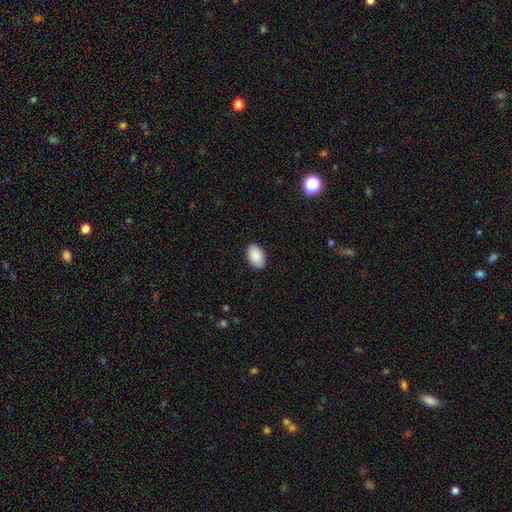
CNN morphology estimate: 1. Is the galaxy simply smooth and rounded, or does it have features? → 91% smooth, 6% star or artifact, 3% featured or disk.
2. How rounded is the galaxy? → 93% in between, 6% round, 1% cigar-shaped.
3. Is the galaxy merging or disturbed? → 90% none, 8% minor disturbance, 2% major disturbance, 1% merger.